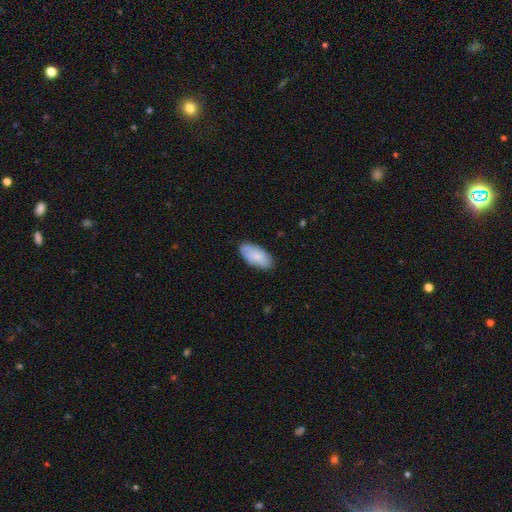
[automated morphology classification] A smooth galaxy with no disk features (75%) that is in between round and cigar-shaped (93%). Merging: none (82%).